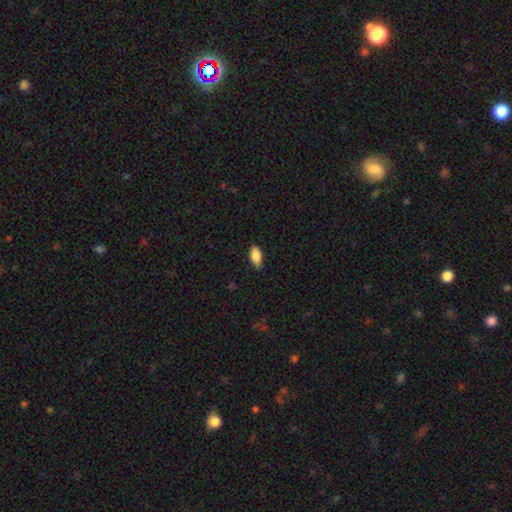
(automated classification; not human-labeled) Overall: smooth (84%). How rounded: in between (89%). Merging: none (76%).